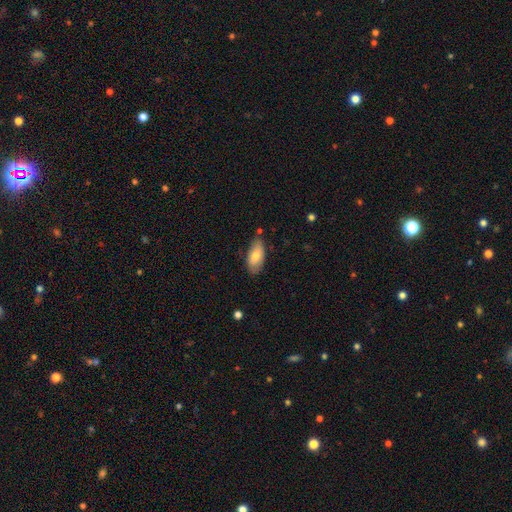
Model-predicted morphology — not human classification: Overall: smooth (76%). How rounded: in between (89%). Merging: none (74%).